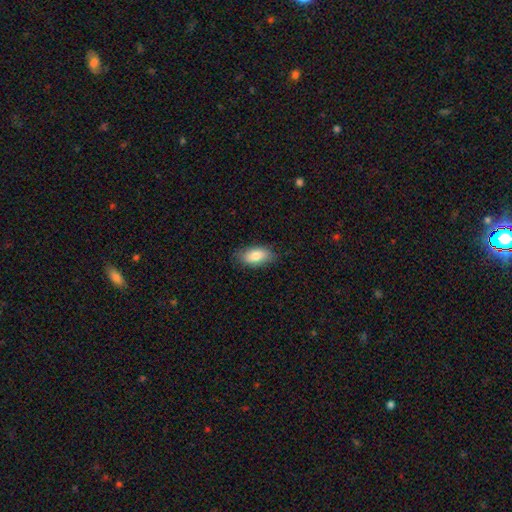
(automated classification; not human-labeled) Overall: smooth (82%). How rounded: in between (91%). Merging: none (83%).